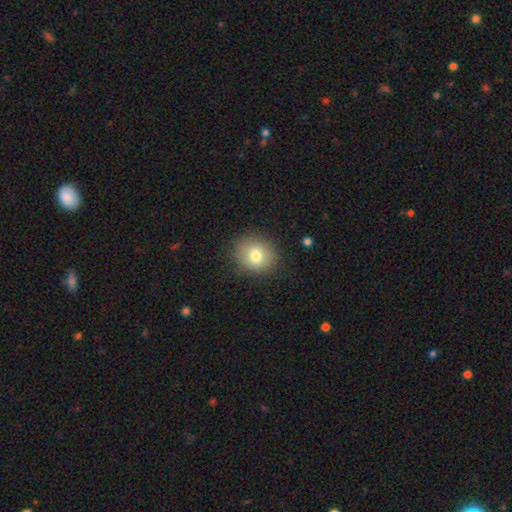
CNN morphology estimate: Smooth or featured: smooth — 78% (featured or disk — 12%)
How rounded: round — 76% (in between — 24%)
Merging: none — 86% (minor disturbance — 10%)